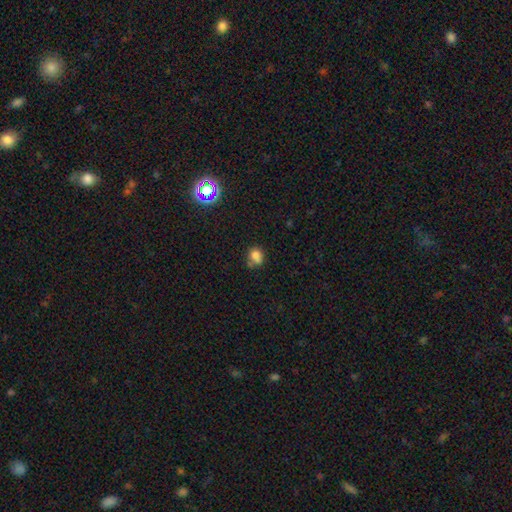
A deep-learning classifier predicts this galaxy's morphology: Smooth or featured? smooth (76%)
How rounded? round (74%)
Merging? none (50%)